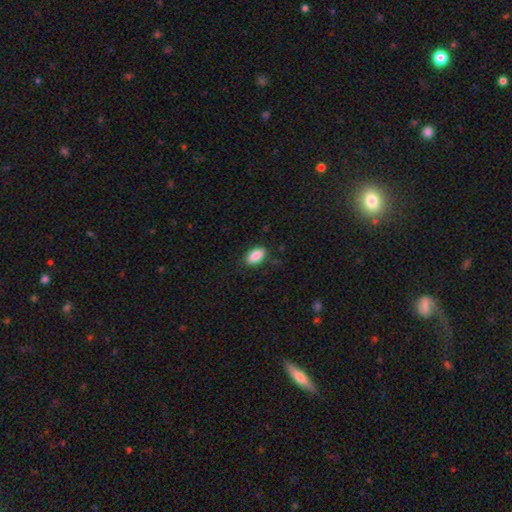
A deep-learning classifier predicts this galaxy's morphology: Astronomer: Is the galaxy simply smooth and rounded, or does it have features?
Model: smooth — 89%.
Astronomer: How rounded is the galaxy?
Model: in between — 92%.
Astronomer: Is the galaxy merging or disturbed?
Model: none — 84%.